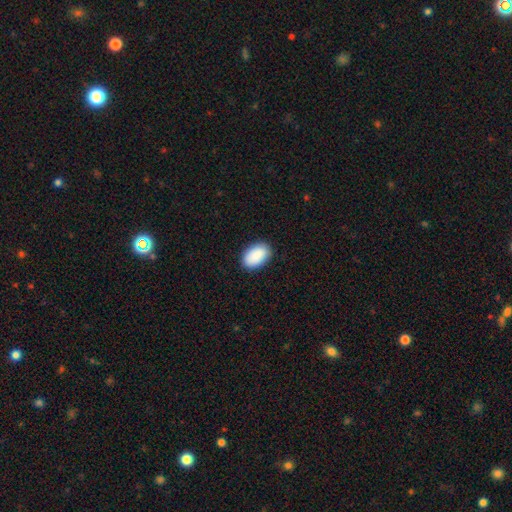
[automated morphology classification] This is clearly a smooth galaxy (91%). How rounded: clearly in between (93%). Merging: clearly none (88%).